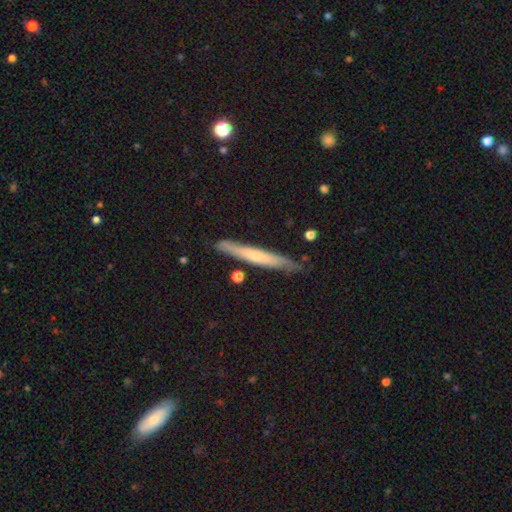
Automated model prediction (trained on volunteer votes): A smooth galaxy with no disk features (49%). Merging: none (80%).